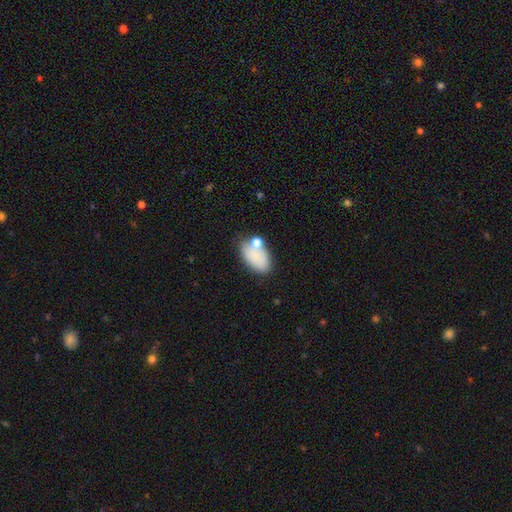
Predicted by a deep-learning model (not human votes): Smooth or featured? smooth (79%)
How rounded? in between (92%)
Merging? none (52%)